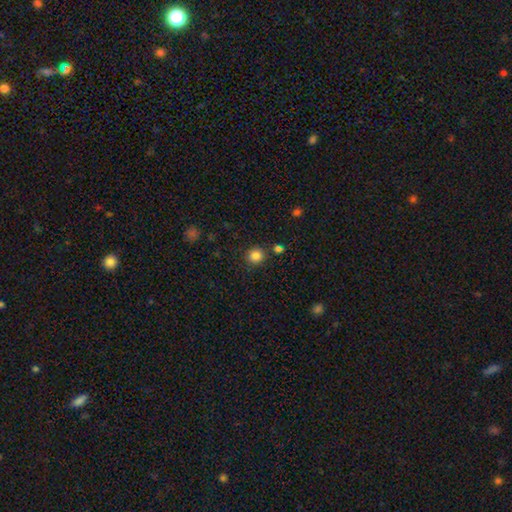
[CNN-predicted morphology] smooth_or_featured: smooth (p=0.84) [alt: star or artifact p=0.12]
how_rounded: round (p=0.88) [alt: in between p=0.11]
merging: none (p=0.84) [alt: minor disturbance p=0.08]